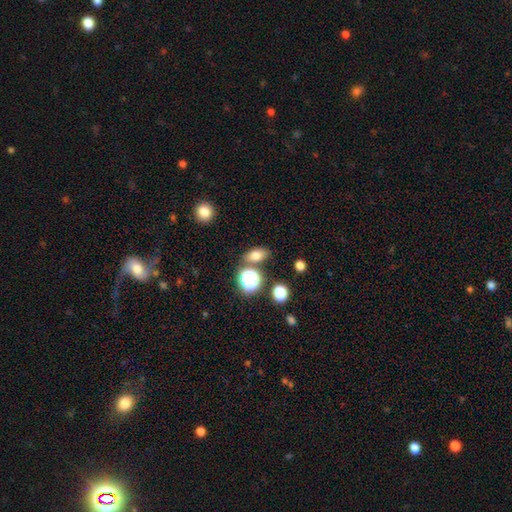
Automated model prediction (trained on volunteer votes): Smooth or featured? smooth (73%)
How rounded? in between (77%)
Merging? none (76%)